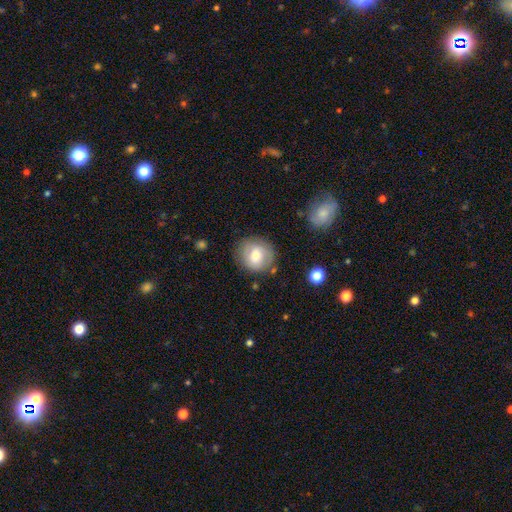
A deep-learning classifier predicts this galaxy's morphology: smooth_or_featured: smooth (p=0.65) [alt: featured or disk p=0.26]
how_rounded: round (p=0.83) [alt: in between p=0.16]
merging: none (p=0.78) [alt: minor disturbance p=0.15]